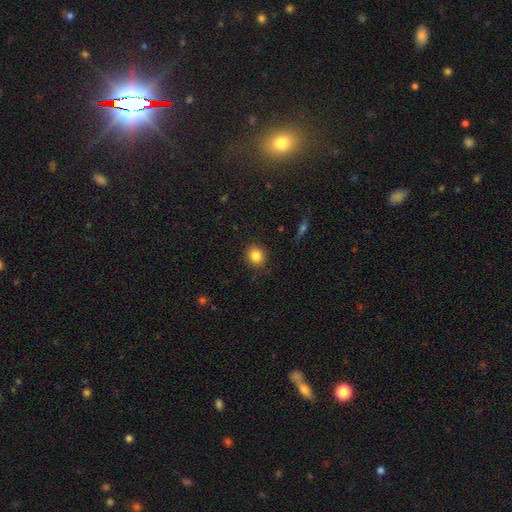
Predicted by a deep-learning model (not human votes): This appears to be a smooth galaxy with no disk features (84%) that is round (78%). Merging: none (89%).